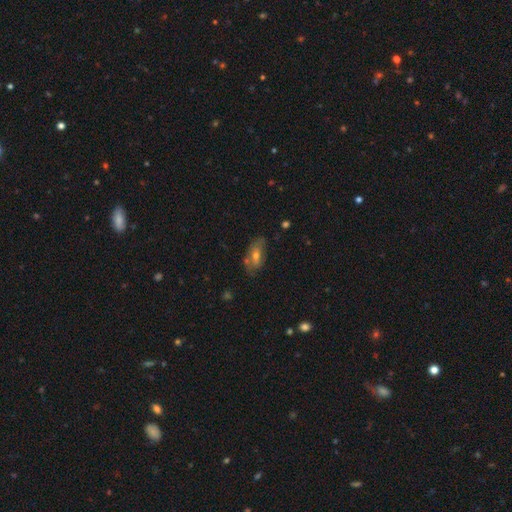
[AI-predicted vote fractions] A smooth galaxy with no disk features (44%).

Vote fractions:
- Smooth or featured? smooth: 44% / featured or disk: 43% / star or artifact: 13%
- Merging? none: 61% / minor disturbance: 23% / major disturbance: 9% / merger: 6%